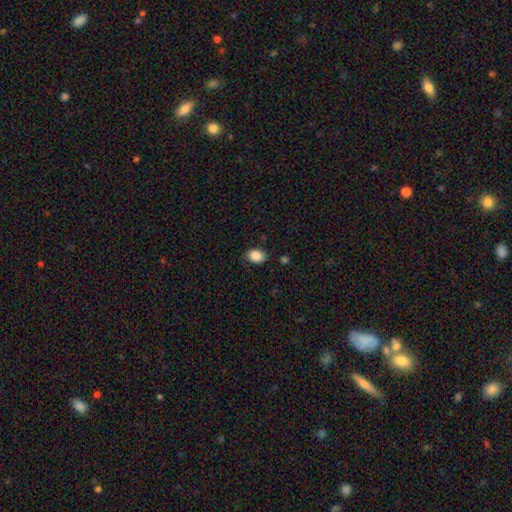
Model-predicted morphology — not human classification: Smooth or featured? smooth (87%)
How rounded? in between (68%)
Merging? none (80%)